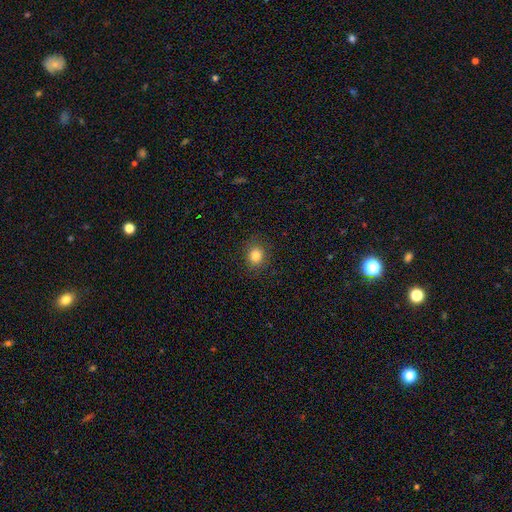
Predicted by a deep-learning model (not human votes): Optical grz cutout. It shows a smooth galaxy with no disk features (83%) that is round (72%). Merging: none (88%).